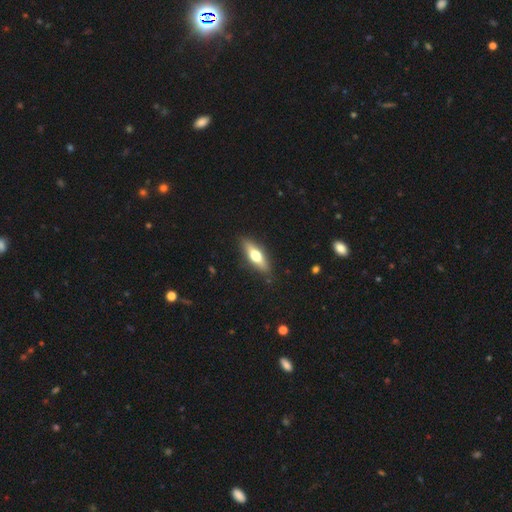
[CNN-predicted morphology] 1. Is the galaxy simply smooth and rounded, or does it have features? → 53% smooth, 41% featured or disk, 6% star or artifact.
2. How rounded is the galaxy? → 51% cigar-shaped, 46% in between, 3% round.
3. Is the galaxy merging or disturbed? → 87% none, 9% minor disturbance, 2% major disturbance, 1% merger.